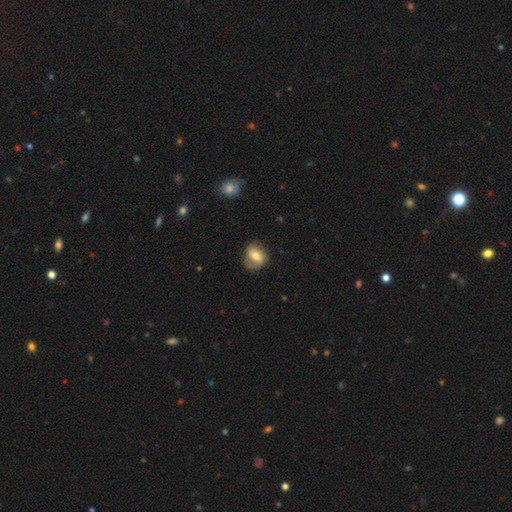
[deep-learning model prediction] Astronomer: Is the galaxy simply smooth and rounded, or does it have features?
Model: smooth — 59%.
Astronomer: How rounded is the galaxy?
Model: in between — 55% (runner-up: round, 44%).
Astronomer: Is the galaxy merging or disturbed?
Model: none — 64%.